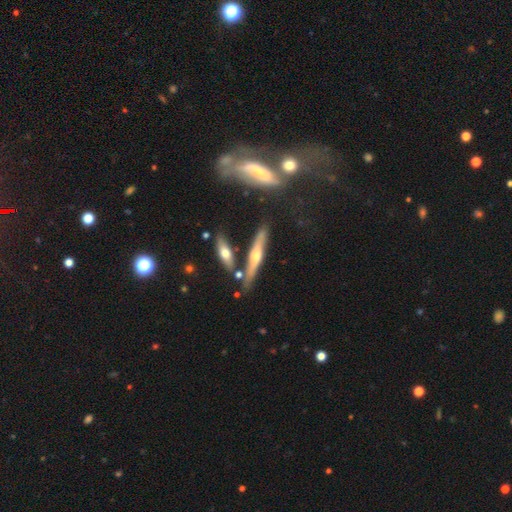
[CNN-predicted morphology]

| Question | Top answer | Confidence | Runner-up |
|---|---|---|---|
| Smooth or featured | featured or disk | 66% | smooth (27%) |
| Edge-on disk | yes | 93% | no (7%) |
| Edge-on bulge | rounded | 85% | none (9%) |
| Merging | none | 69% | minor disturbance (14%) |